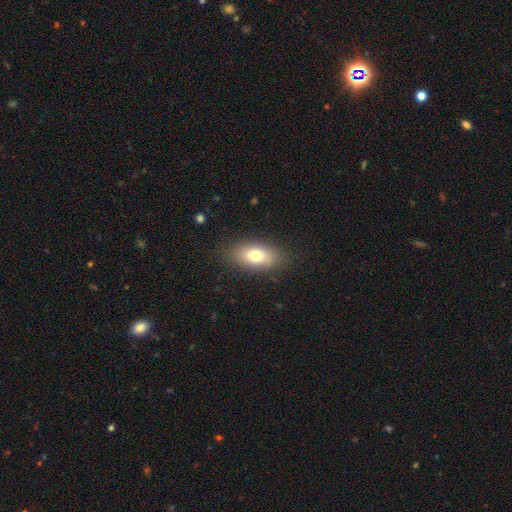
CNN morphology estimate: This appears to be a smooth galaxy with no disk features (75%) that is in between round and cigar-shaped (88%). Merging: none (84%).